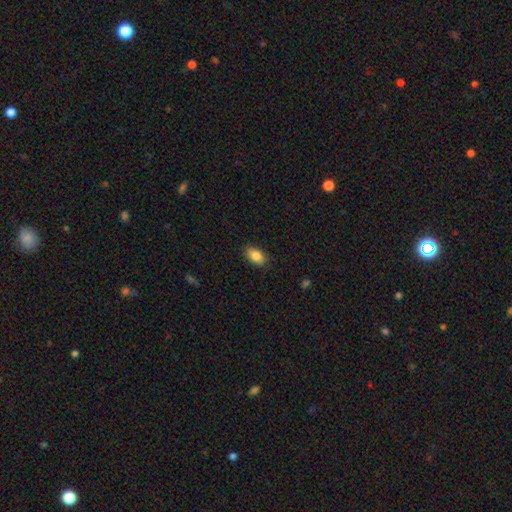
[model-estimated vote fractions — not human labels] This is clearly a smooth galaxy (86%). How rounded: clearly in between (91%). Merging: clearly none (86%).